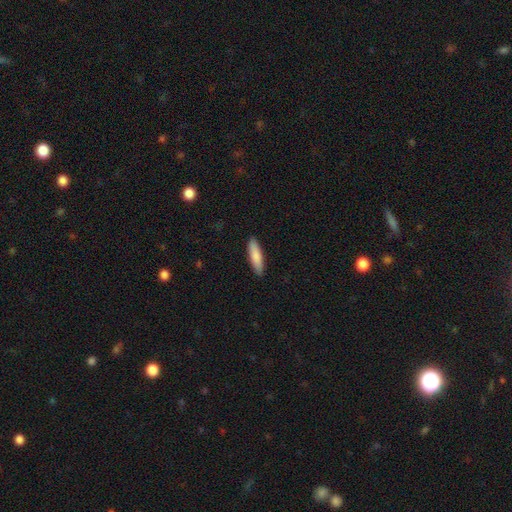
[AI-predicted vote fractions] Overall: smooth (84%). How rounded: cigar-shaped (72%). Merging: none (89%).